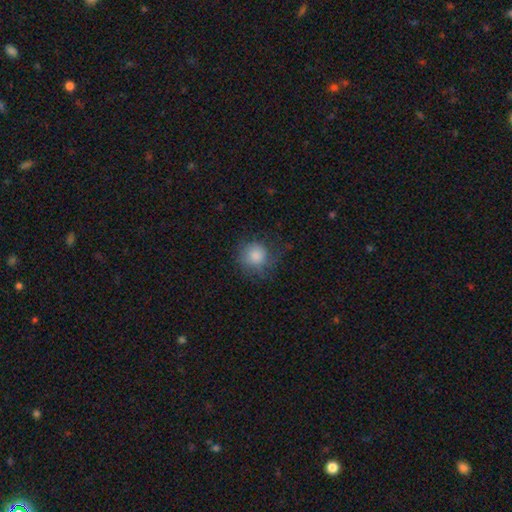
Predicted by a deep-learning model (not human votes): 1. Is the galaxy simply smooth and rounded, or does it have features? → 79% smooth, 12% featured or disk, 9% star or artifact.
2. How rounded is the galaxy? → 89% round, 10% in between, 1% cigar-shaped.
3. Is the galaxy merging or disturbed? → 57% none, 24% minor disturbance, 17% major disturbance, 1% merger.